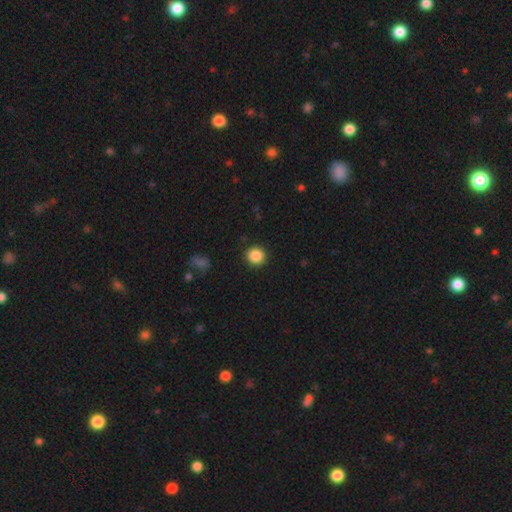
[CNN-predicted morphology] smooth_or_featured: smooth (p=0.87) [alt: star or artifact p=0.10]
how_rounded: round (p=0.93) [alt: in between p=0.06]
merging: none (p=0.92) [alt: minor disturbance p=0.05]